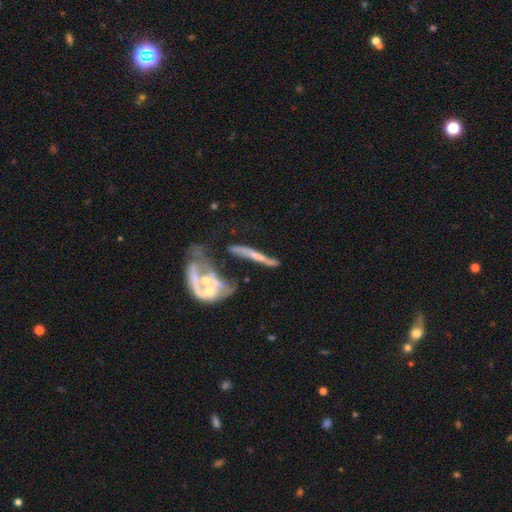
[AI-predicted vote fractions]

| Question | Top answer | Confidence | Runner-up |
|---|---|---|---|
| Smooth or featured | featured or disk | 62% | smooth (29%) |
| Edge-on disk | no | 54% | yes (46%) |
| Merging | merger | 39% | none (26%) |